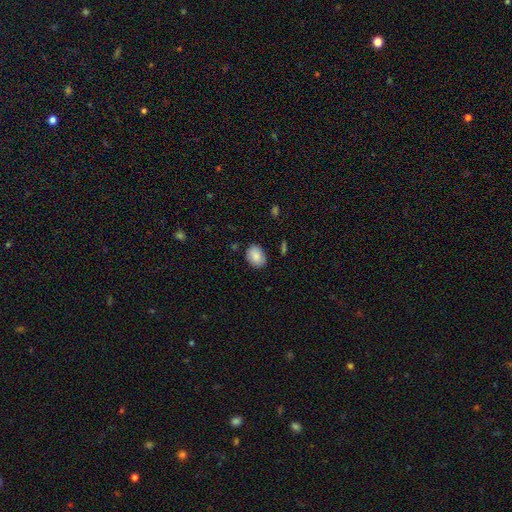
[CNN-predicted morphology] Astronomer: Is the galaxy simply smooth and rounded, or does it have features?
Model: smooth — 88%.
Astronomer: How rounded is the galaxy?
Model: in between — 72%.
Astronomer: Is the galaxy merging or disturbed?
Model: none — 82%.